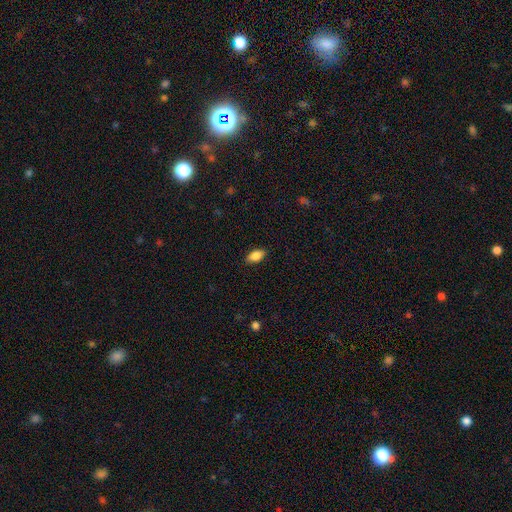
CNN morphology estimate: Smooth or featured?
  - smooth: 86% *
  - star or artifact: 7%
  - featured or disk: 6%
How rounded?
  - in between: 90% *
  - cigar-shaped: 7%
  - round: 4%
Merging?
  - none: 87% *
  - minor disturbance: 10%
  - major disturbance: 2%
  - merger: 1%